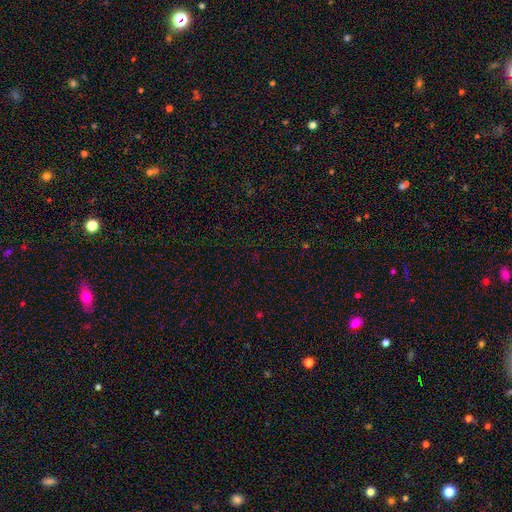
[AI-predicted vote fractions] Overall: star or artifact (69%).